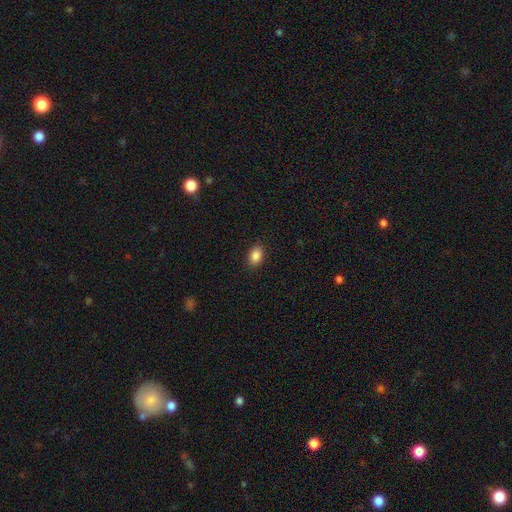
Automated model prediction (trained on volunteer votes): Smooth or featured? smooth (87%)
How rounded? in between (81%)
Merging? none (88%)